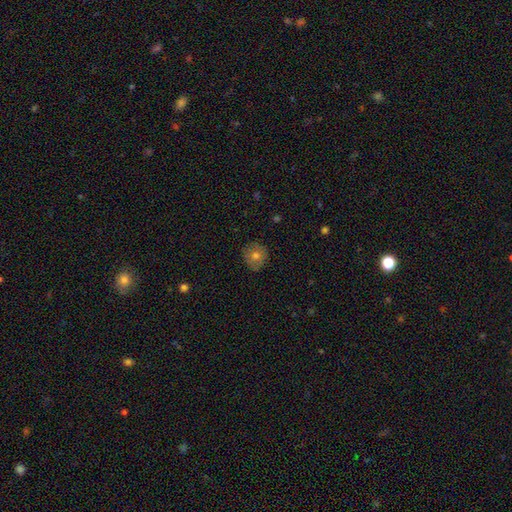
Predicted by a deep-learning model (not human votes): Smooth or featured? Predicted: smooth (p=0.70). How rounded? Predicted: round (p=0.90). Merging? Predicted: none (p=0.85).